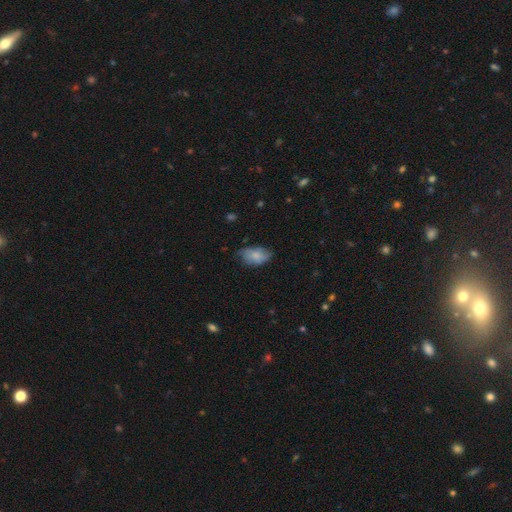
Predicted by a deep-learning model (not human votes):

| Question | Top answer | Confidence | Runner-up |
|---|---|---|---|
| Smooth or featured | smooth | 79% | featured or disk (15%) |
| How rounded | in between | 92% | round (7%) |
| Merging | none | 61% | minor disturbance (31%) |